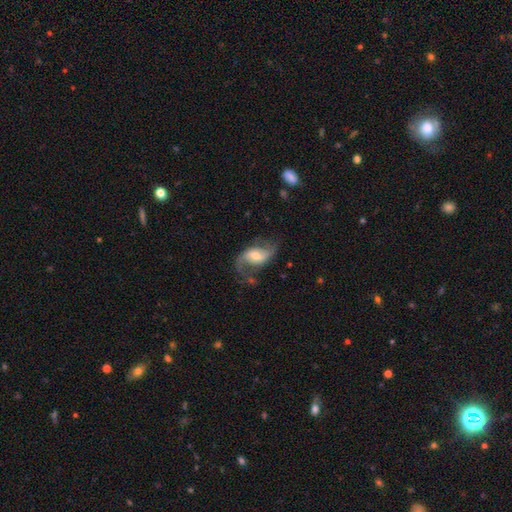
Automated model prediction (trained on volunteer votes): Q: Smooth or featured?
A: featured or disk (81%); runner-up: smooth (13%)
Q: Edge-on disk?
A: no (96%); runner-up: yes (4%)
Q: Bar?
A: weak (44%); runner-up: no (39%)
Q: Spiral arms?
A: yes (94%); runner-up: no (6%)
Q: Spiral winding?
A: loose (61%); runner-up: medium (31%)
Q: Spiral arm count?
A: 2 (87%); runner-up: 1 (5%)
Q: Bulge size?
A: moderate (57%); runner-up: small (33%)
Q: Merging?
A: none (63%); runner-up: minor disturbance (19%)